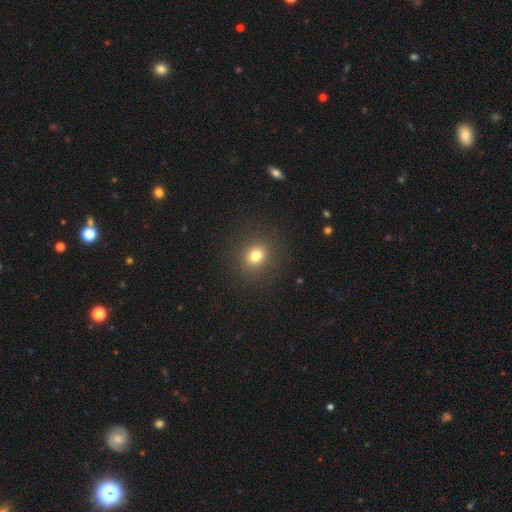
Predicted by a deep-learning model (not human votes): Smooth or featured? Predicted: smooth (p=0.77). How rounded? Predicted: round (p=0.81). Merging? Predicted: none (p=0.89).